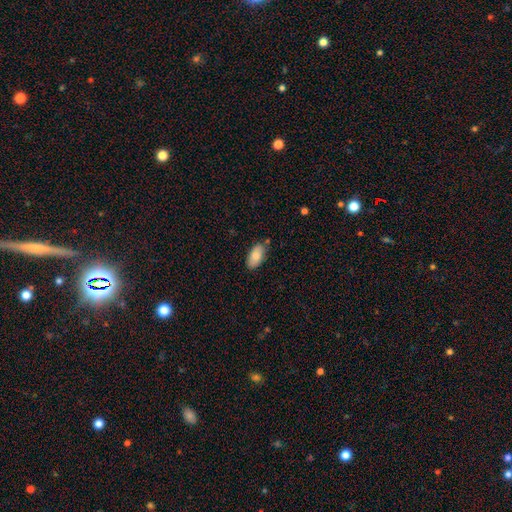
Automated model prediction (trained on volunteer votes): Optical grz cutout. It shows a smooth galaxy with no disk features (83%) that is in between round and cigar-shaped (94%). Merging: none (78%).